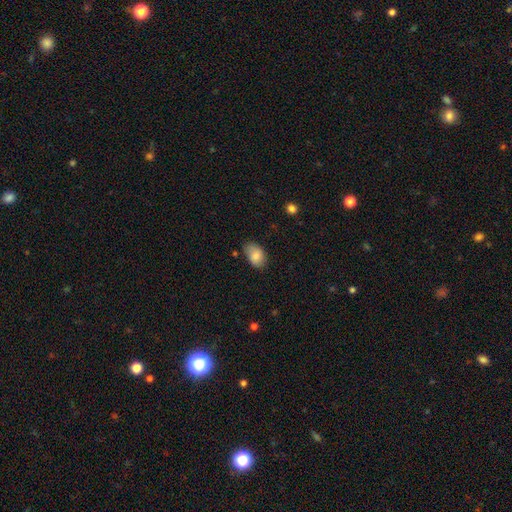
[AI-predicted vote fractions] smooth_or_featured: smooth (p=0.82) [alt: featured or disk p=0.10]
how_rounded: in between (p=0.86) [alt: round p=0.13]
merging: none (p=0.67) [alt: minor disturbance p=0.25]